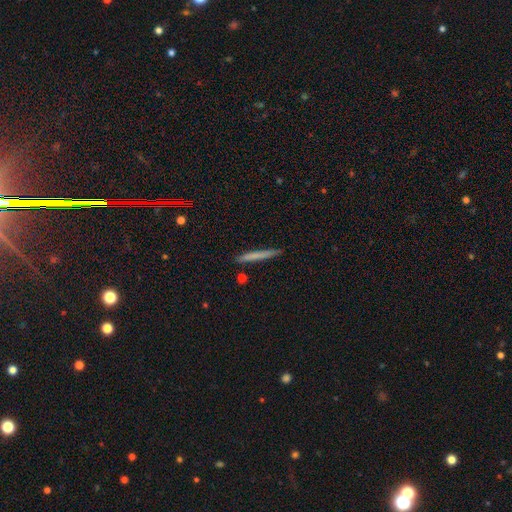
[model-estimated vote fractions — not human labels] Smooth or featured? smooth (69%)
How rounded? cigar-shaped (96%)
Merging? none (87%)